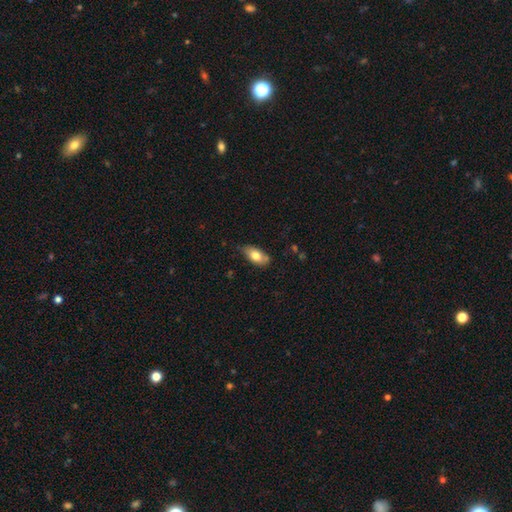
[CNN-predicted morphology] smooth_or_featured: smooth (p=0.76) [alt: featured or disk p=0.18]
how_rounded: in between (p=0.90) [alt: cigar-shaped p=0.06]
merging: none (p=0.66) [alt: minor disturbance p=0.27]